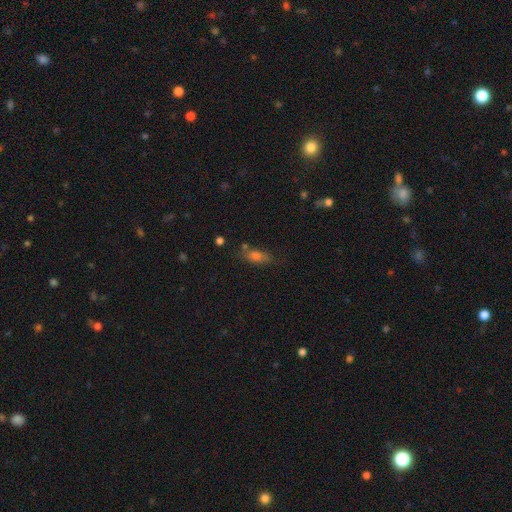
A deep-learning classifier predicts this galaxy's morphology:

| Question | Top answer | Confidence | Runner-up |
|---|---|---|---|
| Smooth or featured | smooth | 65% | star or artifact (18%) |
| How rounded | in between | 68% | cigar-shaped (24%) |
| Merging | none | 70% | minor disturbance (17%) |